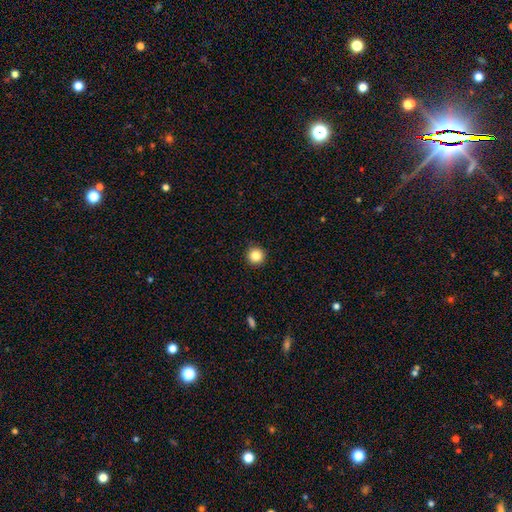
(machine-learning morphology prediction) A smooth galaxy with no disk features (84%) that is round (96%).

Vote fractions:
- Smooth or featured? smooth: 84% / star or artifact: 11% / featured or disk: 5%
- How rounded? round: 96% / in between: 3% / cigar-shaped: 1%
- Merging? none: 93% / minor disturbance: 5% / major disturbance: 2% / merger: 1%